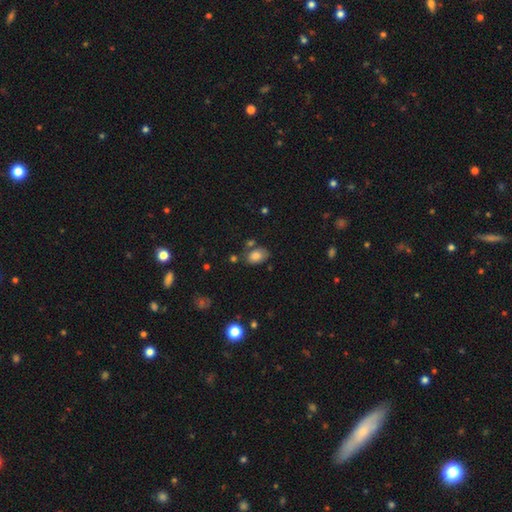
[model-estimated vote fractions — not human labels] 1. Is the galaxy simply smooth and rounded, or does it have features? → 81% smooth, 9% featured or disk, 9% star or artifact.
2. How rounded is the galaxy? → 84% in between, 15% round, 1% cigar-shaped.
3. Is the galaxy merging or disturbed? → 62% none, 21% minor disturbance, 10% merger, 6% major disturbance.